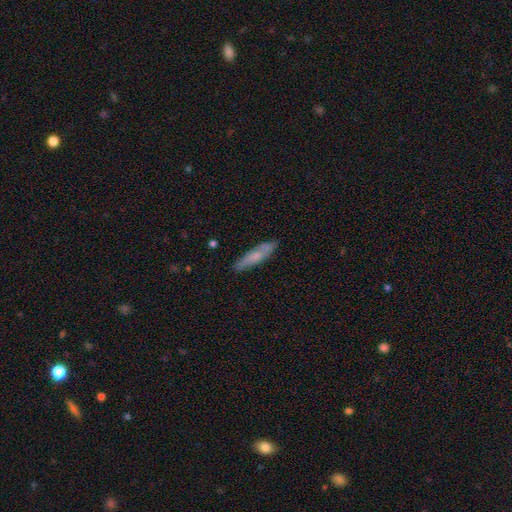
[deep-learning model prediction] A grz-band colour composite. It shows a smooth galaxy with no disk features (60%) that is cigar-shaped (77%). Merging: none (80%).